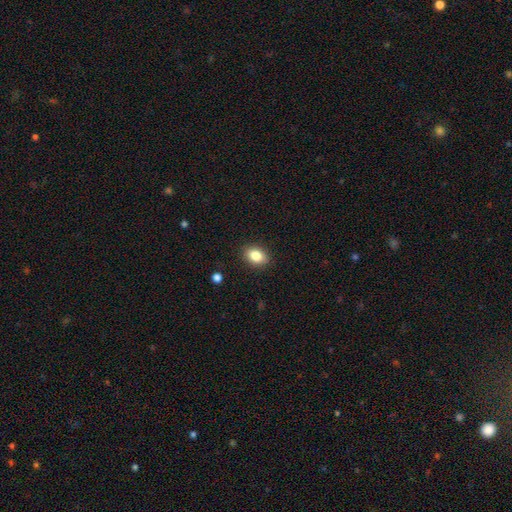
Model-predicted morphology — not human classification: This appears to be a smooth galaxy with no disk features (85%) that is in between round and cigar-shaped (79%). Merging: none (88%).